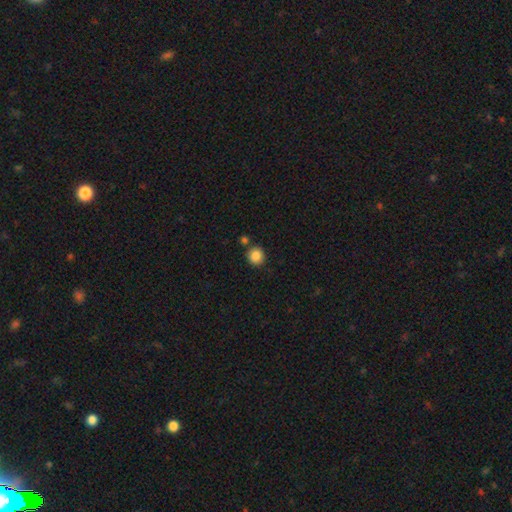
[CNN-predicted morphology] Smooth or featured? smooth (87%)
How rounded? round (90%)
Merging? none (80%)